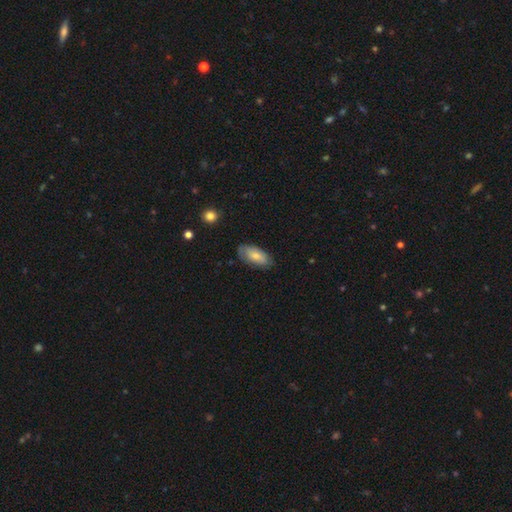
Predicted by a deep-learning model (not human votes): A smooth galaxy with no disk features (72%) that is in between round and cigar-shaped (91%).

Vote fractions:
- Smooth or featured? smooth: 72% / featured or disk: 22% / star or artifact: 6%
- How rounded? in between: 91% / cigar-shaped: 7% / round: 3%
- Merging? none: 75% / minor disturbance: 19% / major disturbance: 4% / merger: 1%